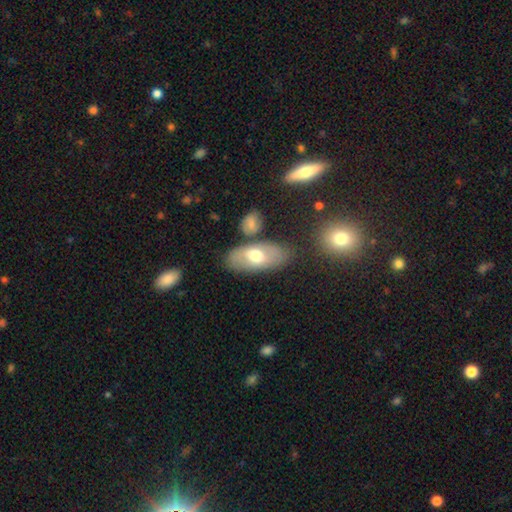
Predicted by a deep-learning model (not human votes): smooth 60%, featured or disk 33%, star or artifact 7%. Down the decision tree: how rounded — in between (89%); merging — none (73%).